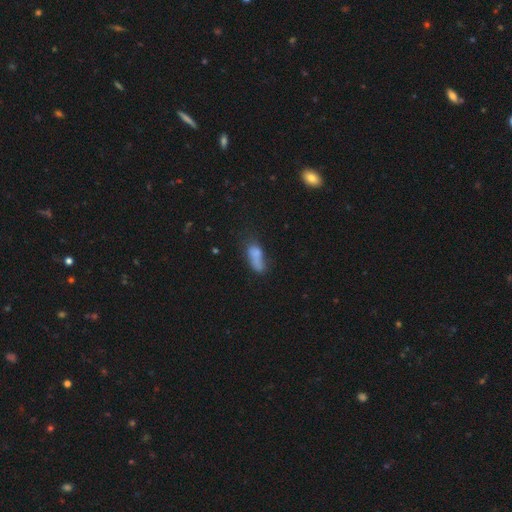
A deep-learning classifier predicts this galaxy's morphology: Smooth or featured?
  - smooth: 70% *
  - featured or disk: 18%
  - star or artifact: 11%
How rounded?
  - in between: 72% *
  - cigar-shaped: 23%
  - round: 5%
Merging?
  - none: 30% *
  - minor disturbance: 26%
  - major disturbance: 23%
  - merger: 21%